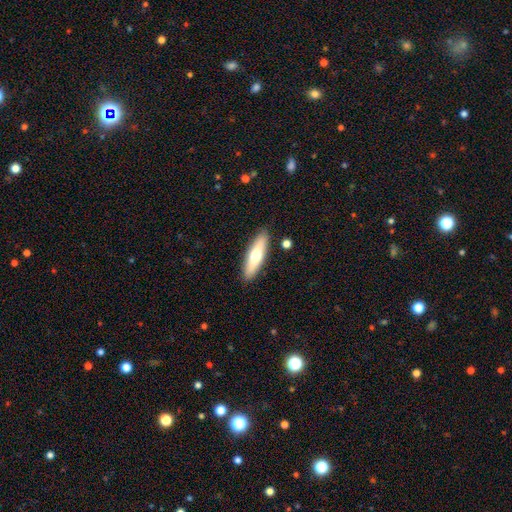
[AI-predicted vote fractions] Q: Smooth or featured?
A: smooth (59%); runner-up: featured or disk (35%)
Q: How rounded?
A: cigar-shaped (67%); runner-up: in between (31%)
Q: Merging?
A: none (88%); runner-up: minor disturbance (8%)